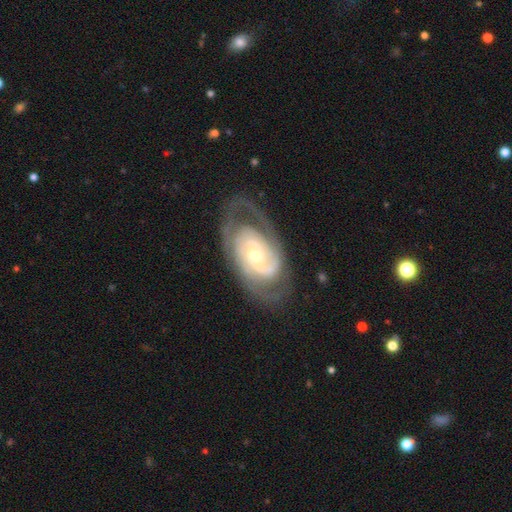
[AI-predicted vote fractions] Overall: featured or disk (88%). Edge-on disk: no (96%). Bar: no (55%; weak 35%). Spiral arms: yes (96%). Spiral arm count: 2 (54%; can't tell 21%). Spiral winding: tight (65%; medium 29%). Bulge size: moderate (53%; small 40%). Merging: none (68%).